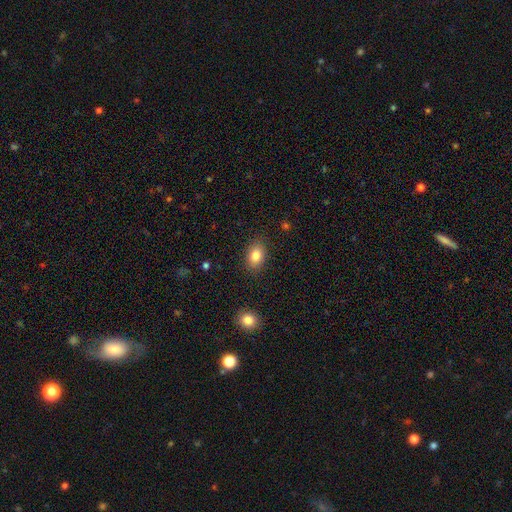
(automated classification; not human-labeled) The model was most divided on "how rounded": in between: 84%, round: 14%, cigar-shaped: 1%. More confident: merging — none (87%); smooth or featured — smooth (84%).